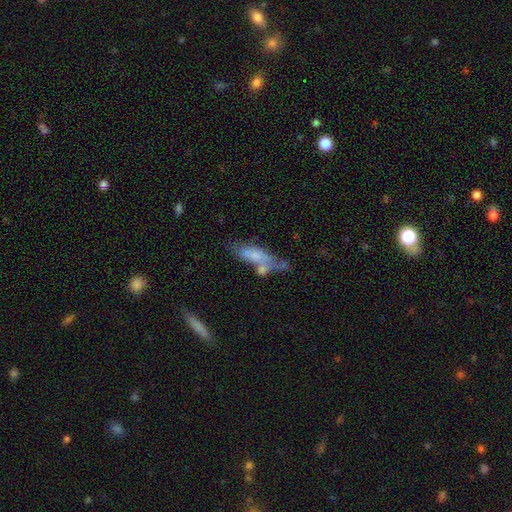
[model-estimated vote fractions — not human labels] A smooth galaxy with no disk features (60%) that is in between round and cigar-shaped (53%). Merging: none (34%).